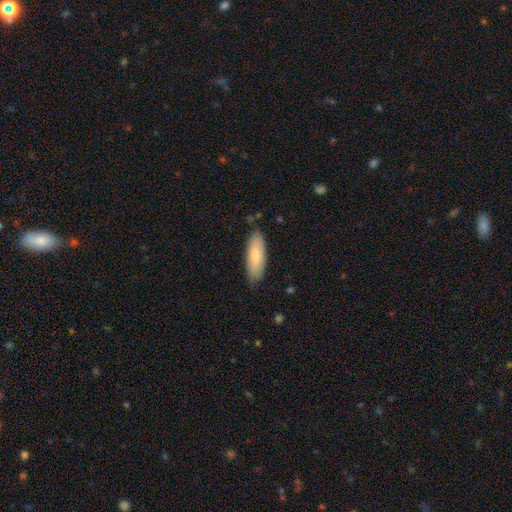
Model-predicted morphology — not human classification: Smooth or featured: smooth — 81% (featured or disk — 14%)
How rounded: in between — 60% (cigar-shaped — 39%)
Merging: none — 84% (minor disturbance — 12%)